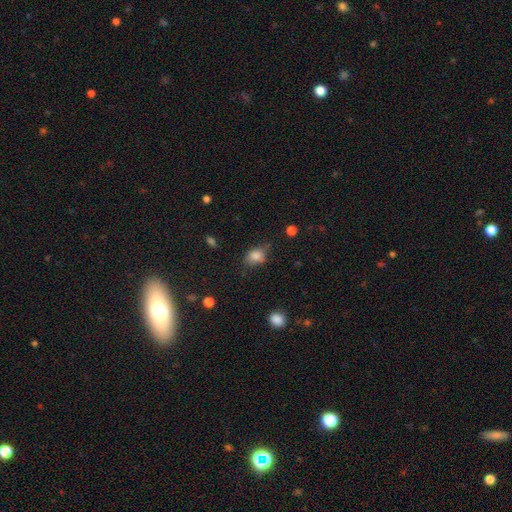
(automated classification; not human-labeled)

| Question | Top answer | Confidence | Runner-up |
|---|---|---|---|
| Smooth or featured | smooth | 82% | star or artifact (10%) |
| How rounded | in between | 65% | round (34%) |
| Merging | none | 62% | minor disturbance (28%) |